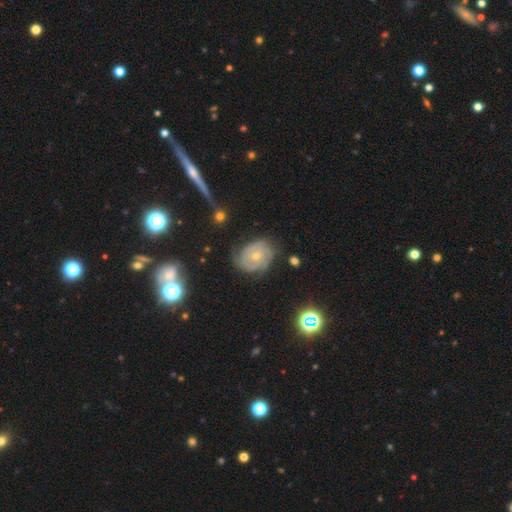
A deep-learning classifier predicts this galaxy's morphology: This appears to be a featured or disk galaxy (74%) with no bar (79%), tight (70%) spiral arms (89%) and a small central bulge (53%). Merging: none (65%).